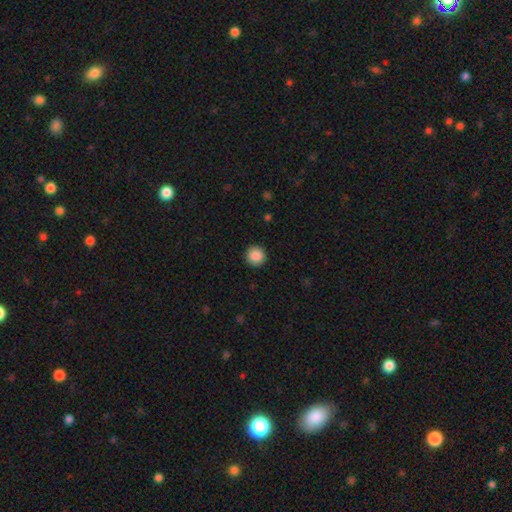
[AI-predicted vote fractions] Q: Smooth or featured?
A: smooth (88%); runner-up: star or artifact (8%)
Q: How rounded?
A: round (94%); runner-up: in between (5%)
Q: Merging?
A: none (92%); runner-up: minor disturbance (5%)